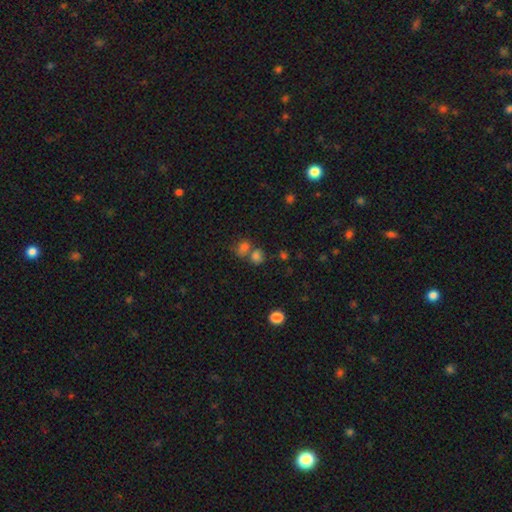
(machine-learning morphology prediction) type=smooth (71%); roundness=round (63%); merging=none (45%).